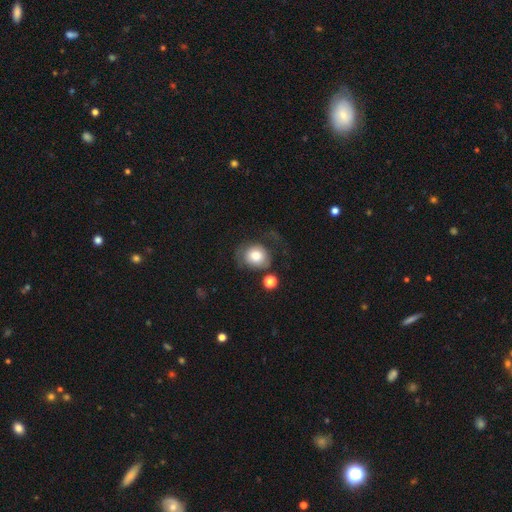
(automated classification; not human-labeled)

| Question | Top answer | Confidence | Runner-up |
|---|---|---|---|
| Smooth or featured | smooth | 72% | featured or disk (20%) |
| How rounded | round | 67% | in between (32%) |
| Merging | none | 44% | major disturbance (26%) |